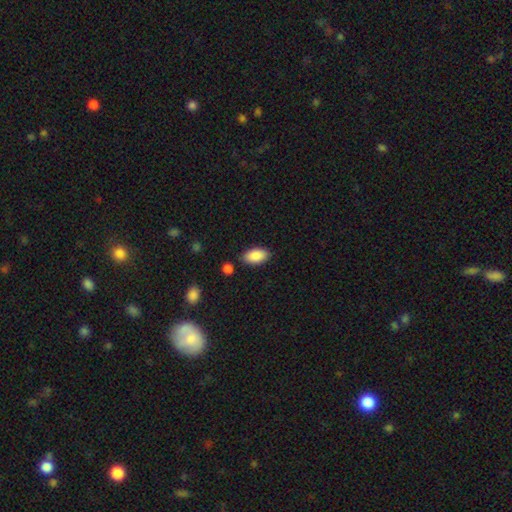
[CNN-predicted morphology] A smooth galaxy with no disk features (89%) that is in between round and cigar-shaped (94%).

Vote fractions:
- Smooth or featured? smooth: 89% / star or artifact: 7% / featured or disk: 5%
- How rounded? in between: 94% / round: 3% / cigar-shaped: 3%
- Merging? none: 83% / minor disturbance: 11% / merger: 3% / major disturbance: 3%